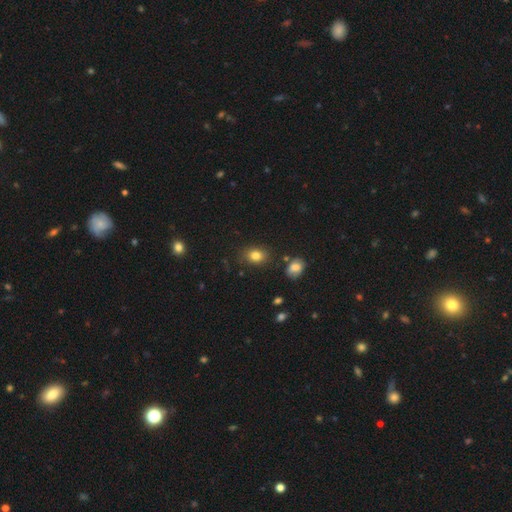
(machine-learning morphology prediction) Smooth or featured?
  - smooth: 82% *
  - star or artifact: 11%
  - featured or disk: 7%
How rounded?
  - in between: 63% *
  - round: 35%
  - cigar-shaped: 1%
Merging?
  - none: 81% *
  - minor disturbance: 13%
  - major disturbance: 3%
  - merger: 3%